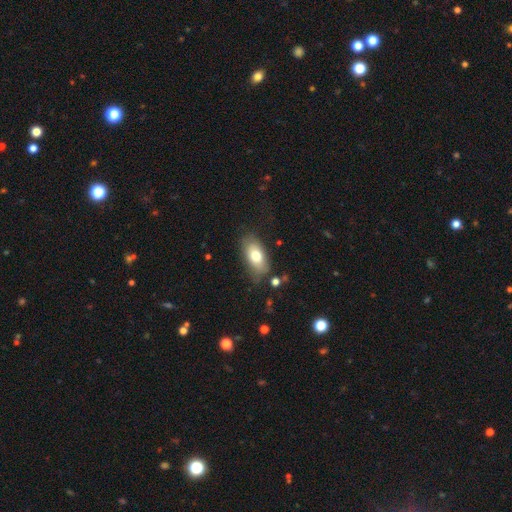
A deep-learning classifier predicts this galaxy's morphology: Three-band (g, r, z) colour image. It shows a smooth galaxy with no disk features (73%) that is in between round and cigar-shaped (90%). Merging: none (73%).